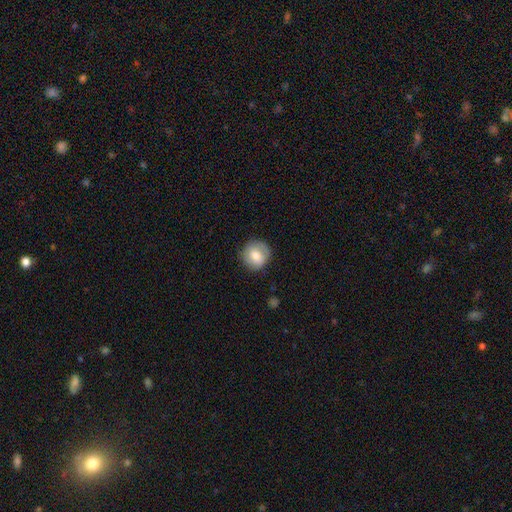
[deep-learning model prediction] Smooth or featured?
  - smooth: 70% *
  - featured or disk: 22%
  - star or artifact: 8%
How rounded?
  - round: 89% *
  - in between: 10%
  - cigar-shaped: 1%
Merging?
  - none: 82% *
  - minor disturbance: 13%
  - major disturbance: 4%
  - merger: 1%